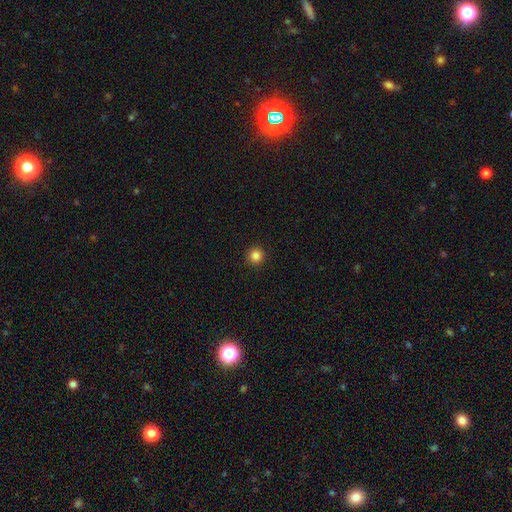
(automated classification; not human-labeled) Smooth or featured?
  - smooth: 84% *
  - star or artifact: 12%
  - featured or disk: 4%
How rounded?
  - round: 96% *
  - in between: 3%
  - cigar-shaped: 1%
Merging?
  - none: 93% *
  - minor disturbance: 4%
  - major disturbance: 2%
  - merger: 1%